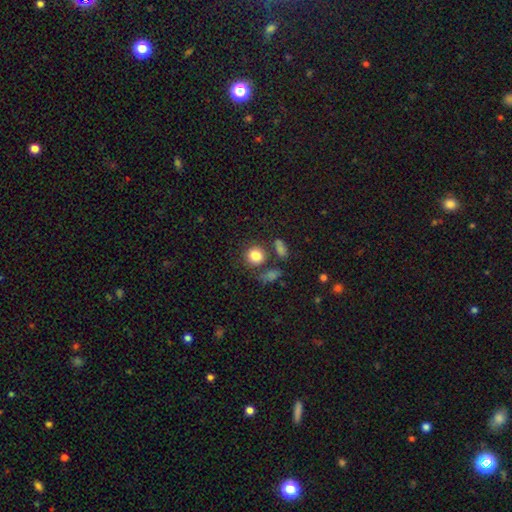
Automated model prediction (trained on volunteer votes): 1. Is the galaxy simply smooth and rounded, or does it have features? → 83% smooth, 10% star or artifact, 7% featured or disk.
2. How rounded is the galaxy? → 82% round, 17% in between, 1% cigar-shaped.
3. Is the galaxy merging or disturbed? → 71% none, 12% merger, 11% minor disturbance, 5% major disturbance.